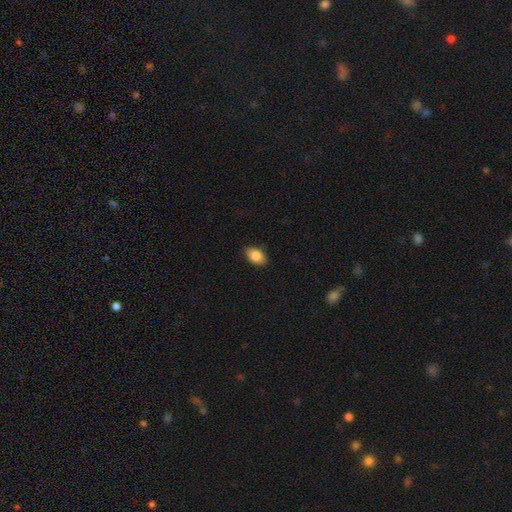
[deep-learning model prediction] Smooth or featured? smooth (87%)
How rounded? in between (90%)
Merging? none (85%)